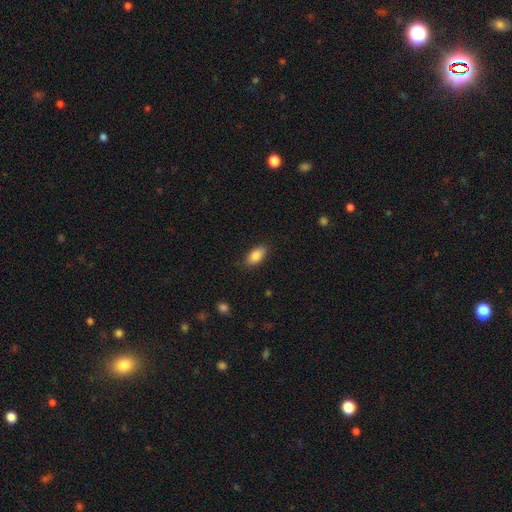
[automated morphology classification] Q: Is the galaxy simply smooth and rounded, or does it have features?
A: smooth — 86%.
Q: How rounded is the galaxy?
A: in between — 91%.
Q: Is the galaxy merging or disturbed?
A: none — 86%.